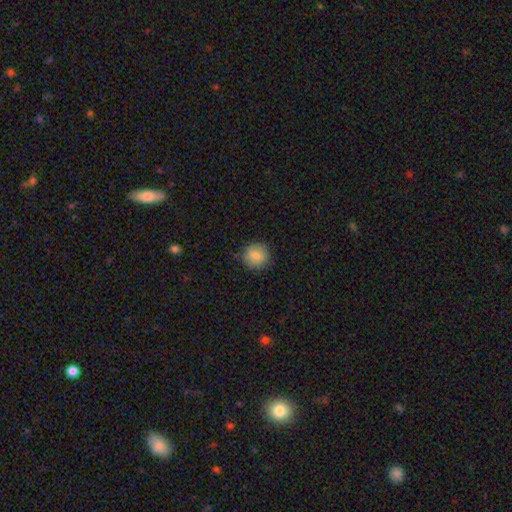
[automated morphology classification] Smooth or featured? Predicted: smooth (p=0.83). How rounded? Predicted: round (p=0.93). Merging? Predicted: none (p=0.89).